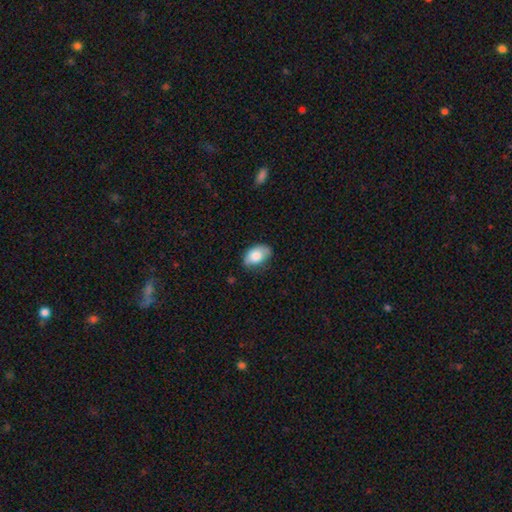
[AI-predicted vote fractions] The model was most divided on "merging": none: 68%, minor disturbance: 25%, major disturbance: 5%, merger: 1%. More confident: how rounded — in between (89%); smooth or featured — smooth (79%).